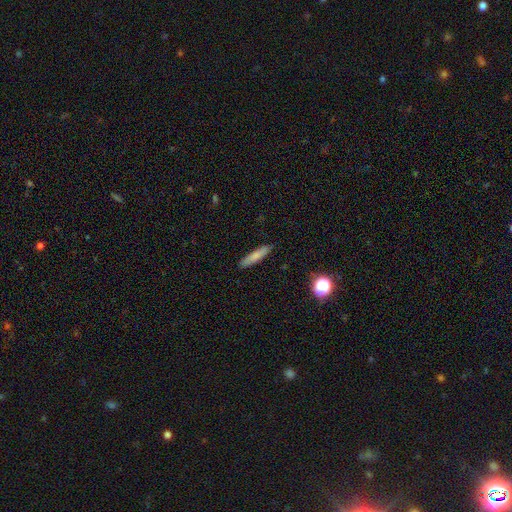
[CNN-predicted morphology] type=smooth (76%); roundness=cigar-shaped (87%); merging=none (88%).